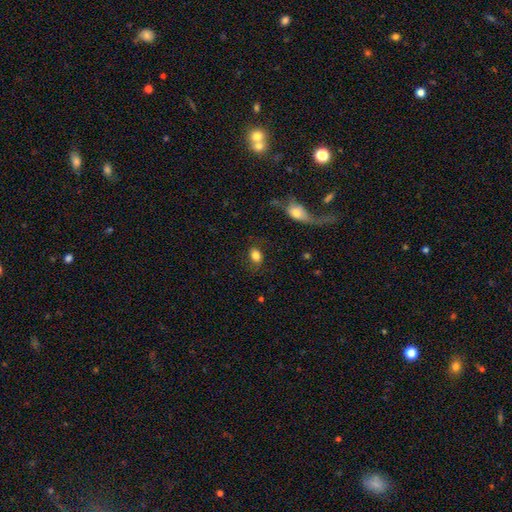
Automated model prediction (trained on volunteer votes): This is clearly a smooth galaxy (81%). How rounded: likely in between (72%). Merging: likely none (75%).